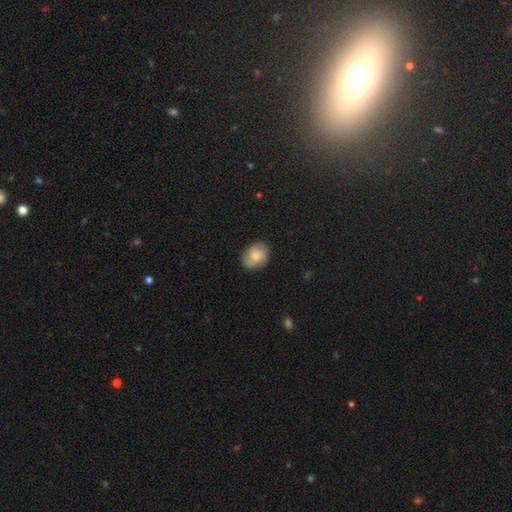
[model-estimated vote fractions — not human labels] smooth 56%, featured or disk 36%, star or artifact 7%. Down the decision tree: how rounded — in between (57%); merging — none (79%).